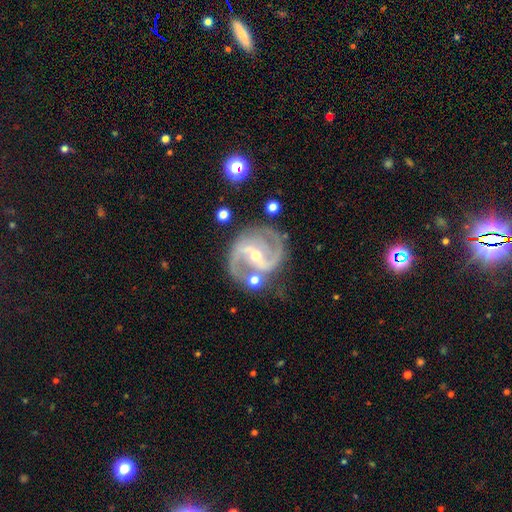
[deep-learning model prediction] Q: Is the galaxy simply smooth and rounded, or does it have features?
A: featured or disk — 92%.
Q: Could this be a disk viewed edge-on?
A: no — 98%.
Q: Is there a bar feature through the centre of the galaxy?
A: strong — 54%.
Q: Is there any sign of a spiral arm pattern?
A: yes — 98%.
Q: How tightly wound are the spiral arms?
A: medium — 60%.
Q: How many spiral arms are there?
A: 2 — 87%.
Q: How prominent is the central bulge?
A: small — 59%.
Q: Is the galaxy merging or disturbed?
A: none — 73%.